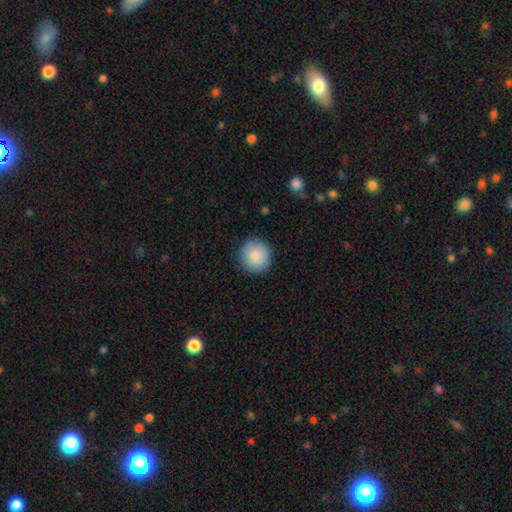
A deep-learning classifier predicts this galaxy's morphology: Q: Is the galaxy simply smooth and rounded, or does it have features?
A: smooth — 88%.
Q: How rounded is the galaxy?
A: round — 94%.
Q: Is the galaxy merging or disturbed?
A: none — 89%.